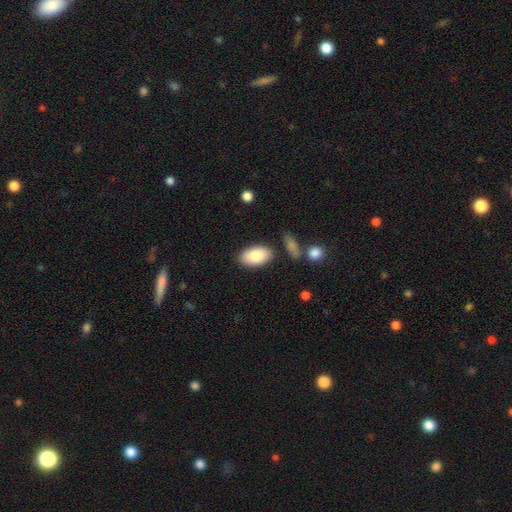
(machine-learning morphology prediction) Q: Smooth or featured?
A: smooth (84%); runner-up: featured or disk (10%)
Q: How rounded?
A: in between (94%); runner-up: round (4%)
Q: Merging?
A: none (82%); runner-up: minor disturbance (12%)